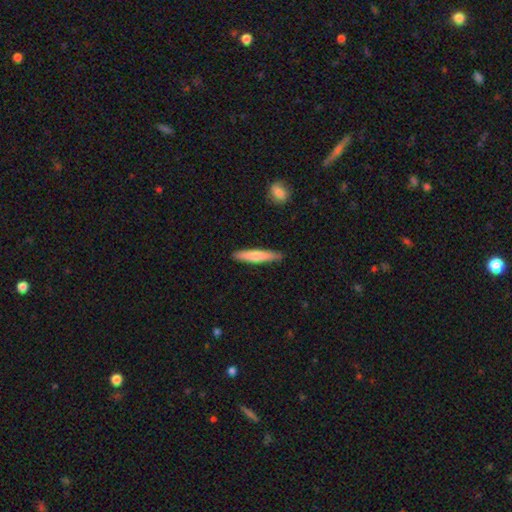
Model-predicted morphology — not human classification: The model was most divided on "smooth or featured": smooth: 71%, featured or disk: 24%, star or artifact: 5%. More confident: how rounded — cigar-shaped (90%); merging — none (86%).